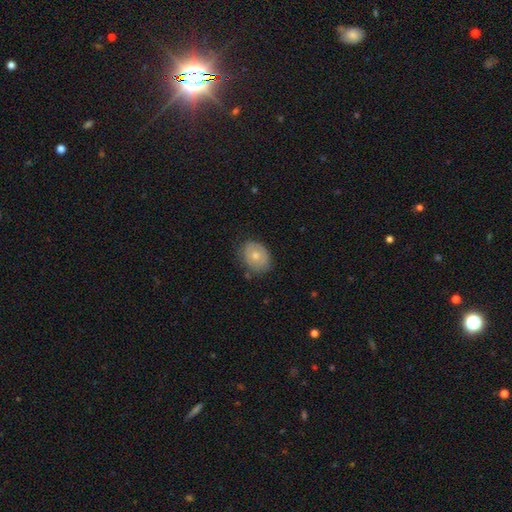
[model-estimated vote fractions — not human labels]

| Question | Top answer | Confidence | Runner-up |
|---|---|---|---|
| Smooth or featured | smooth | 69% | featured or disk (24%) |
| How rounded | in between | 55% | round (44%) |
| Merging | none | 73% | minor disturbance (20%) |